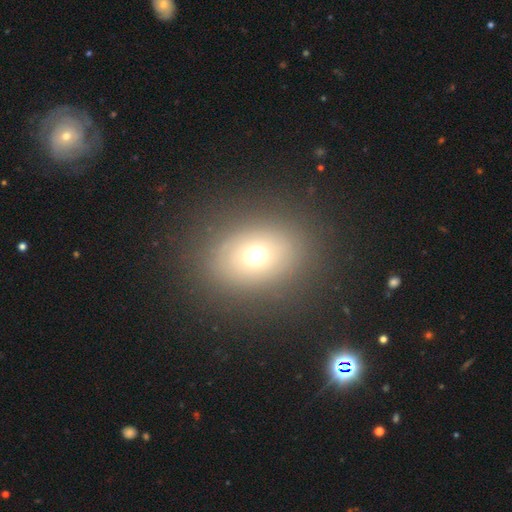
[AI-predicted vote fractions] This appears to be a smooth galaxy with no disk features (65%) that is in between round and cigar-shaped (54%). Merging: none (85%).